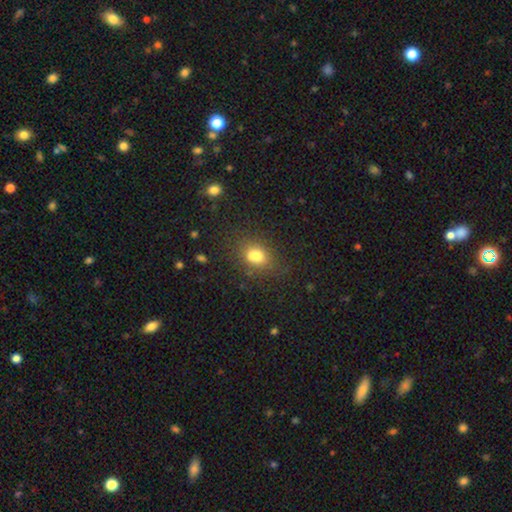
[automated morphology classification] smooth 75%, star or artifact 13%, featured or disk 12%. Down the decision tree: how rounded — in between (65%); merging — none (63%).